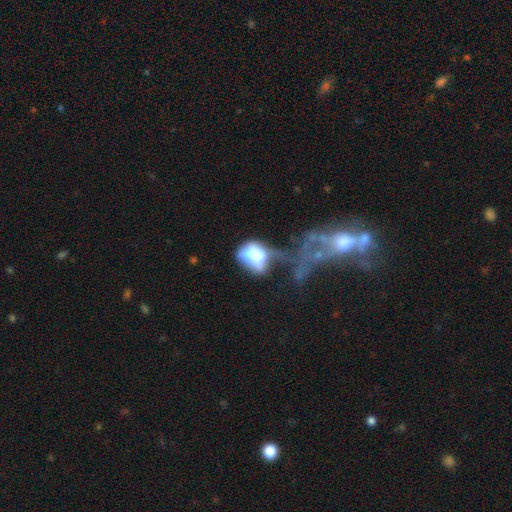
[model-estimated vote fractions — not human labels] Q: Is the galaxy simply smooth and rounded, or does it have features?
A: smooth — 57%.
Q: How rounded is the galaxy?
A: in between — 74%.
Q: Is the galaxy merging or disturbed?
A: major disturbance — 46%.